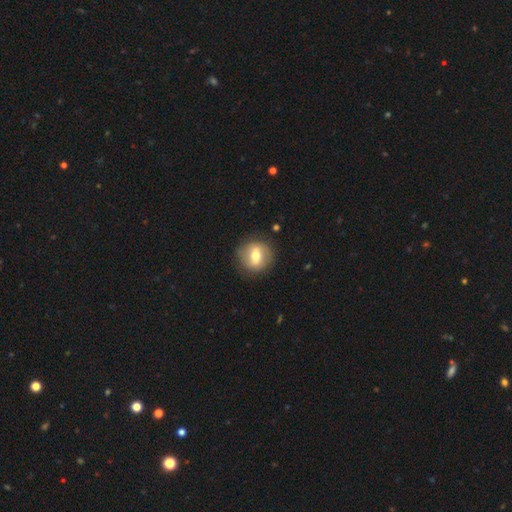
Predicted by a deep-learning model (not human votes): smooth 50%, featured or disk 42%, star or artifact 8%. Down the decision tree: how rounded — round (80%); merging — none (85%).